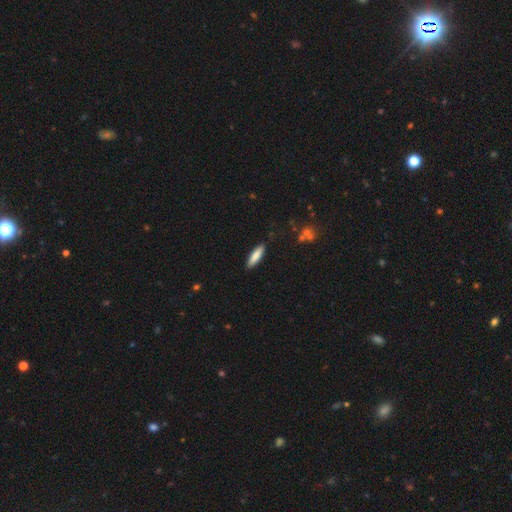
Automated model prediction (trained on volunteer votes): Smooth or featured? Predicted: smooth (p=0.83). How rounded? Predicted: cigar-shaped (p=0.66). Merging? Predicted: none (p=0.88).